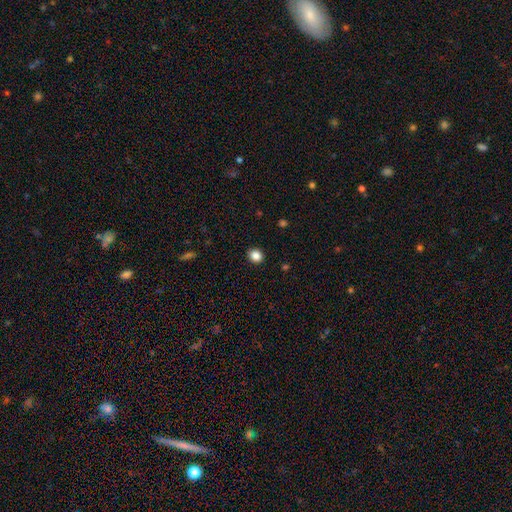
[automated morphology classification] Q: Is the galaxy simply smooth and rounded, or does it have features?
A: smooth — 86%.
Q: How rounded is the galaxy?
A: round — 71%.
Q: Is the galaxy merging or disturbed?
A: none — 91%.